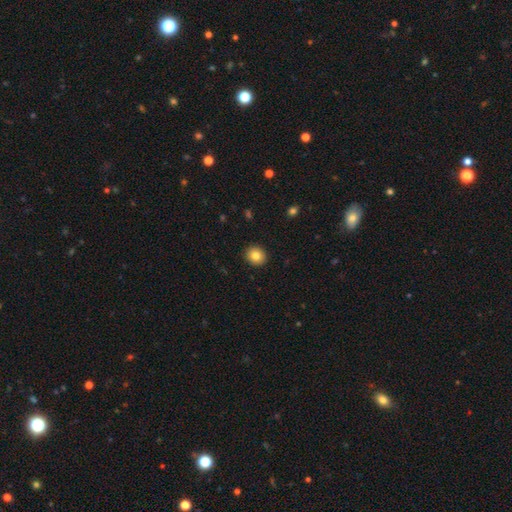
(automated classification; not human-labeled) smooth_or_featured: smooth (p=0.83) [alt: star or artifact p=0.09]
how_rounded: round (p=0.82) [alt: in between p=0.17]
merging: none (p=0.92) [alt: minor disturbance p=0.05]